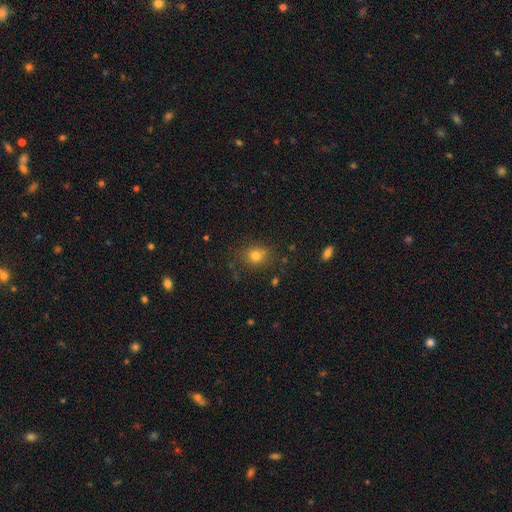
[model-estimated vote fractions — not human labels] Morphology: type=smooth (76%); roundness=round (75%); merging=none (74%).